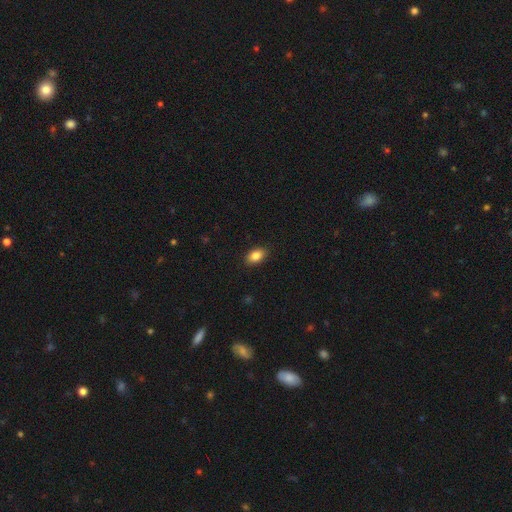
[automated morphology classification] smooth-or-featured: smooth: 86% | star or artifact: 8% | featured or disk: 6%
  how-rounded: in between: 88% | round: 10% | cigar-shaped: 2%
  merging: none: 89% | minor disturbance: 9% | major disturbance: 2% | merger: 1%